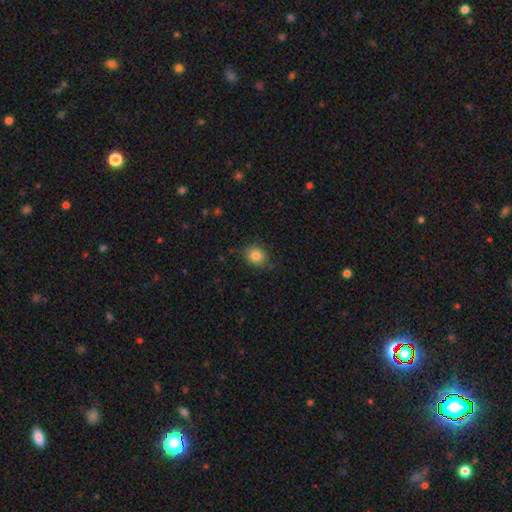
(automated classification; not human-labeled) smooth_or_featured: smooth (p=0.84) [alt: star or artifact p=0.10]
how_rounded: round (p=0.63) [alt: in between p=0.36]
merging: none (p=0.81) [alt: minor disturbance p=0.15]